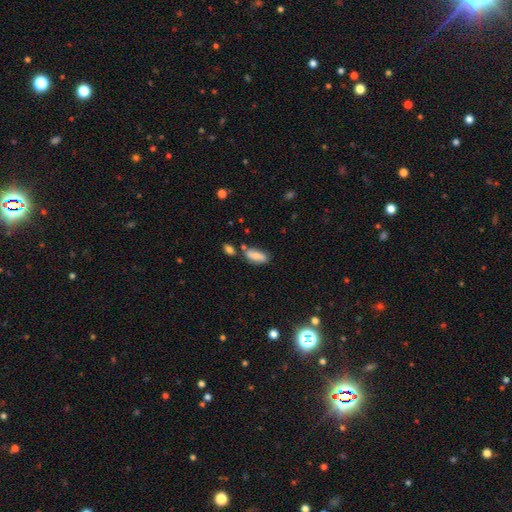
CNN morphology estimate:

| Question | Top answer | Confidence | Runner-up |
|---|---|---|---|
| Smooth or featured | smooth | 71% | featured or disk (21%) |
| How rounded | in between | 84% | cigar-shaped (13%) |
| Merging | none | 62% | minor disturbance (19%) |